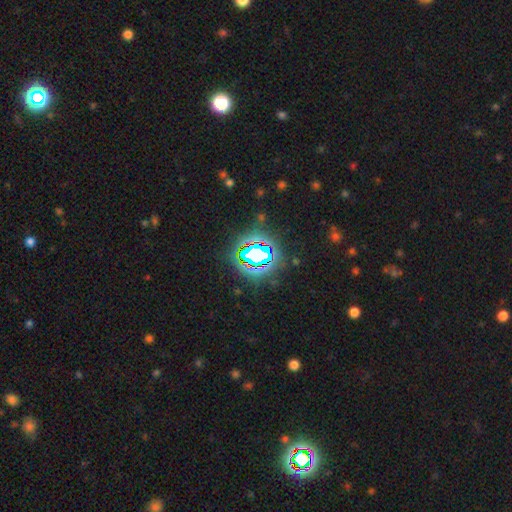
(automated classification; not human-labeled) Overall: star or artifact (76%).